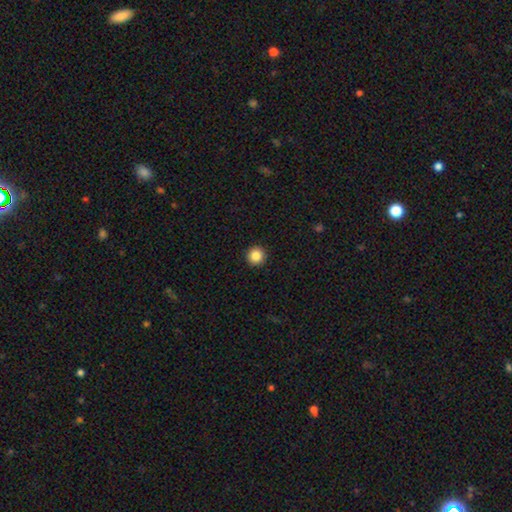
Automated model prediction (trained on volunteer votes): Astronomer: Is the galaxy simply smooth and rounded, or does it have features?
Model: smooth — 85%.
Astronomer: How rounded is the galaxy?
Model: round — 96%.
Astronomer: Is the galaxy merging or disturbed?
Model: none — 94%.